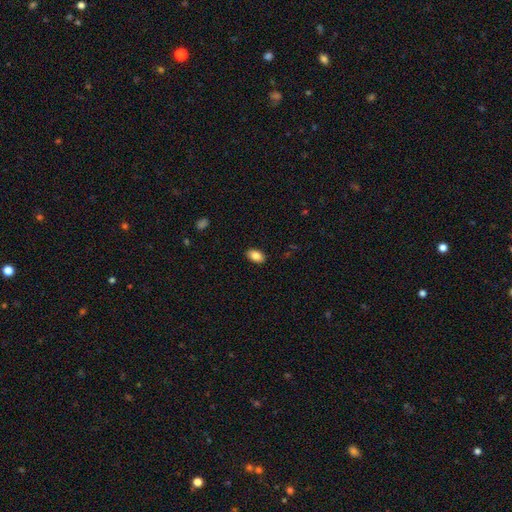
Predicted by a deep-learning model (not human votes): Morphology: type=smooth (85%); roundness=in between (92%); merging=none (89%).